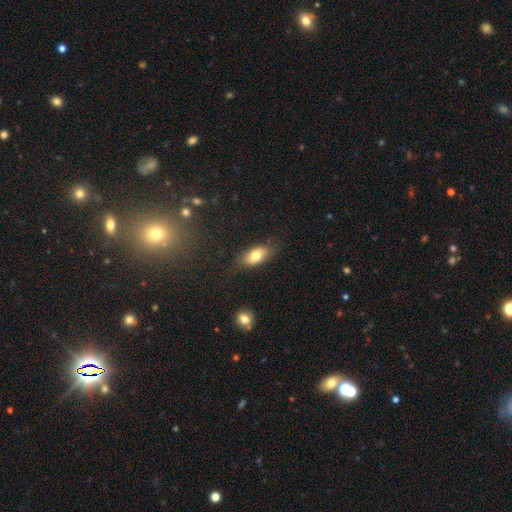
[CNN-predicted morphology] Smooth or featured?
  - smooth: 75% *
  - featured or disk: 18%
  - star or artifact: 7%
How rounded?
  - in between: 87% *
  - cigar-shaped: 7%
  - round: 5%
Merging?
  - none: 76% *
  - minor disturbance: 17%
  - major disturbance: 5%
  - merger: 2%